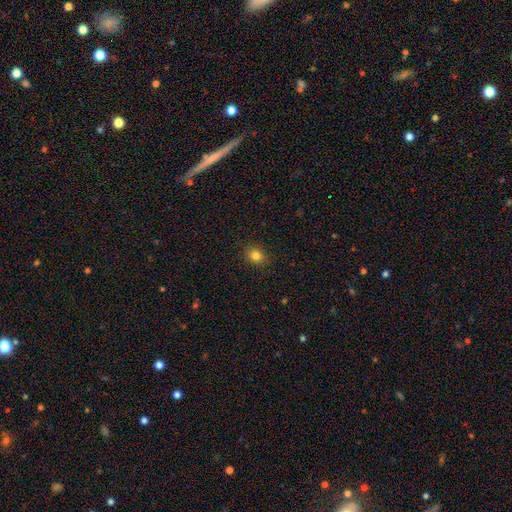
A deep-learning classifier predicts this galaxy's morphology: Q: Smooth or featured?
A: smooth (82%); runner-up: star or artifact (12%)
Q: How rounded?
A: round (63%); runner-up: in between (36%)
Q: Merging?
A: none (89%); runner-up: minor disturbance (8%)